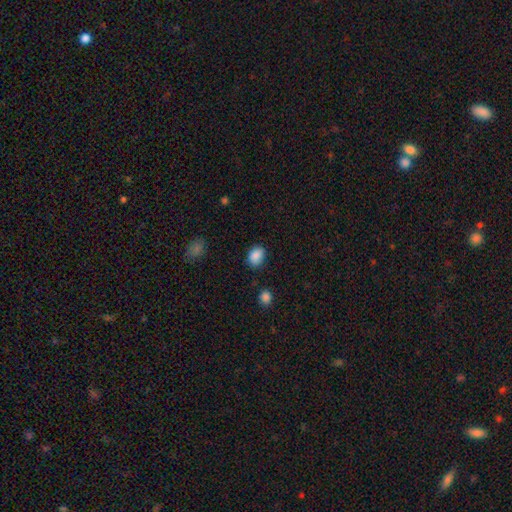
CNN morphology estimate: Smooth or featured? smooth (87%)
How rounded? in between (65%)
Merging? none (81%)